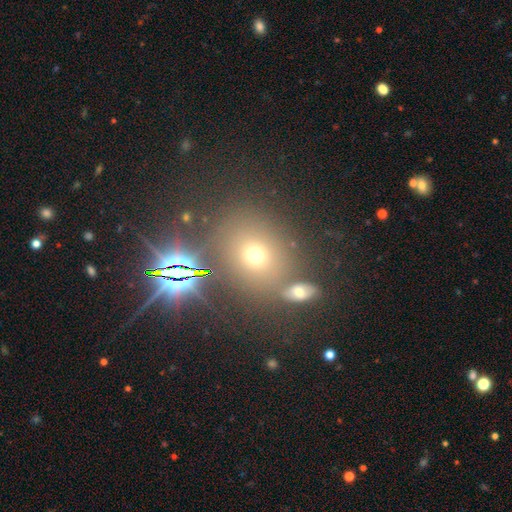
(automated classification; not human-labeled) smooth 59%, star or artifact 28%, featured or disk 13%. Down the decision tree: how rounded — round (68%); merging — none (70%).